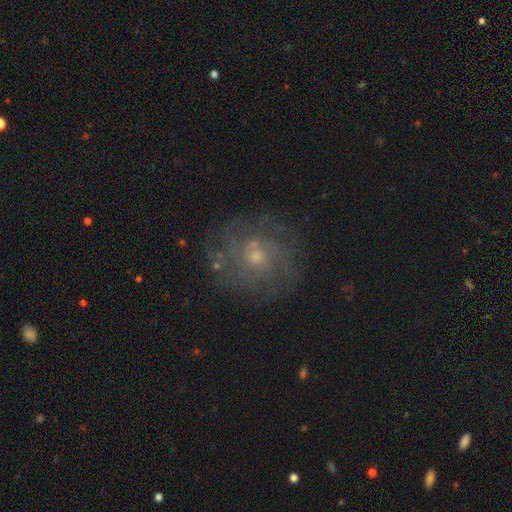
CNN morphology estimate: Overall: featured or disk (62%; smooth 24%). Edge-on disk: no (97%). Bar: no (81%). Spiral arms: yes (76%). Bulge size: small (60%; moderate 34%). Merging: none (76%).